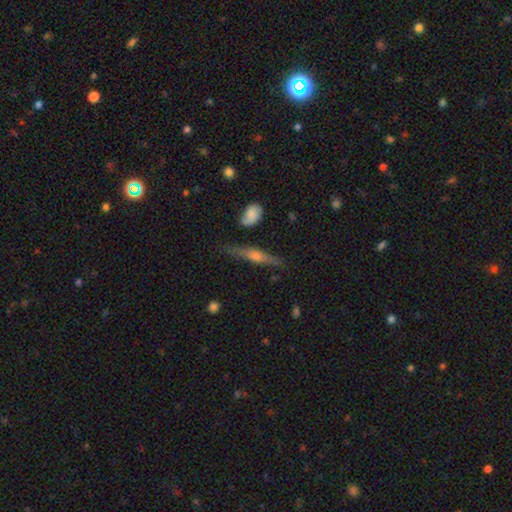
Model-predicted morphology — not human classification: smooth-or-featured: featured or disk: 65% | smooth: 27% | star or artifact: 8%
  disk-edge-on: yes: 95% | no: 5%
    edge-on-bulge: rounded: 84% | boxy: 9% | none: 7%
  merging: none: 77% | minor disturbance: 16% | major disturbance: 4% | merger: 2%